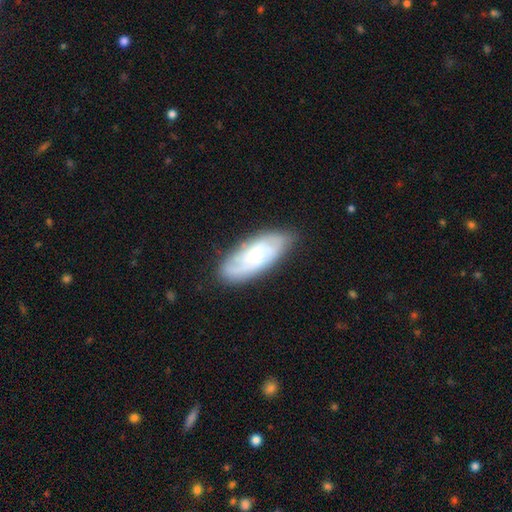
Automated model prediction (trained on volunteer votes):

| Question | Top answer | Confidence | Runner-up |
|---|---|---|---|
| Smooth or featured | featured or disk | 64% | smooth (30%) |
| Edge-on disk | no | 89% | yes (11%) |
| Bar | no | 53% | weak (39%) |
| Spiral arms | yes | 87% | no (13%) |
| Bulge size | small | 57% | moderate (31%) |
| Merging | none | 76% | minor disturbance (18%) |